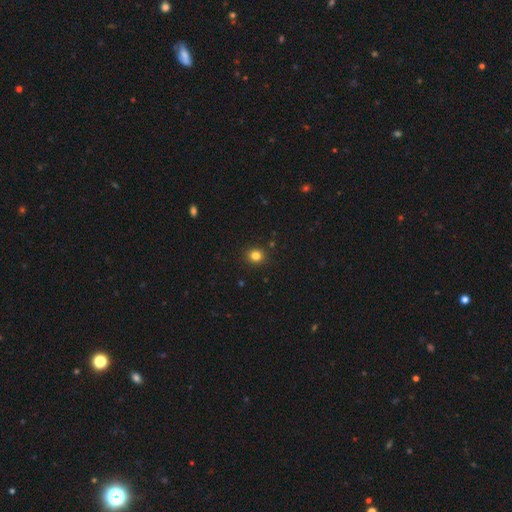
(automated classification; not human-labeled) Smooth or featured: smooth — 82% (star or artifact — 13%)
How rounded: round — 80% (in between — 19%)
Merging: none — 90% (minor disturbance — 6%)